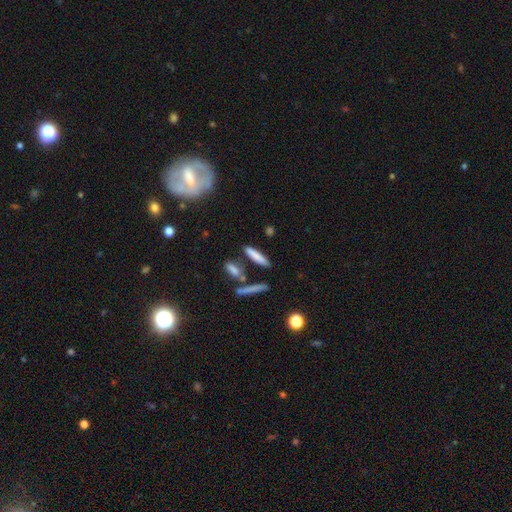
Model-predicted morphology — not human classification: A smooth galaxy with no disk features (76%) that is cigar-shaped (81%).

Vote fractions:
- Smooth or featured? smooth: 76% / featured or disk: 16% / star or artifact: 8%
- How rounded? cigar-shaped: 81% / in between: 17% / round: 2%
- Merging? none: 75% / minor disturbance: 11% / merger: 10% / major disturbance: 4%